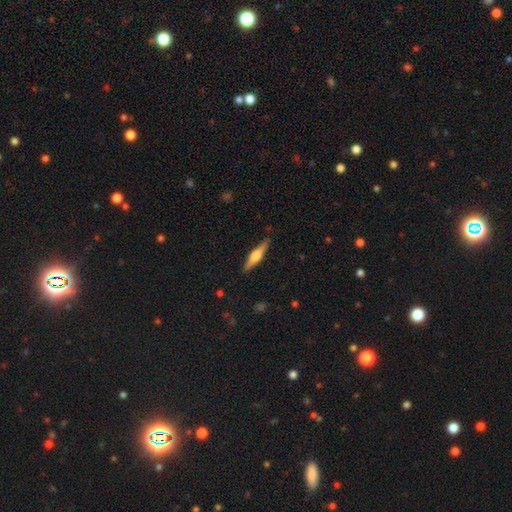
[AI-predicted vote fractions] Overall: featured or disk (62%; smooth 32%). Edge-on disk: yes (97%). Edge-on bulge: rounded (91%). Merging: none (88%).